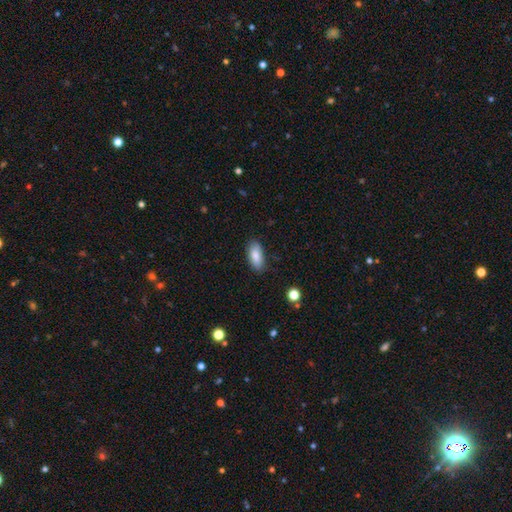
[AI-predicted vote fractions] Smooth or featured?
  - smooth: 85% *
  - featured or disk: 9%
  - star or artifact: 7%
How rounded?
  - in between: 86% *
  - cigar-shaped: 12%
  - round: 2%
Merging?
  - none: 82% *
  - minor disturbance: 14%
  - major disturbance: 3%
  - merger: 1%